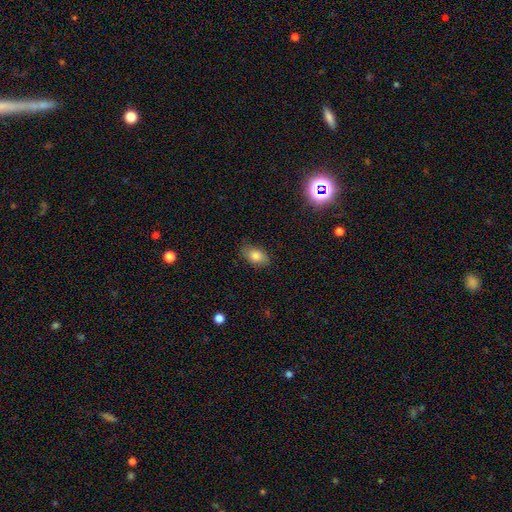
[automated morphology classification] This appears to be a smooth galaxy with no disk features (81%) that is in between round and cigar-shaped (90%). Merging: none (82%).